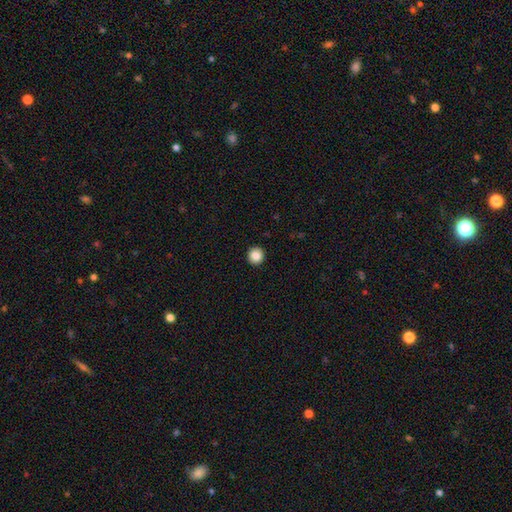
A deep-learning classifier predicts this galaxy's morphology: smooth-or-featured: smooth: 87% | star or artifact: 9% | featured or disk: 4%
  how-rounded: round: 93% | in between: 6% | cigar-shaped: 1%
  merging: none: 93% | minor disturbance: 5% | major disturbance: 2% | merger: 1%